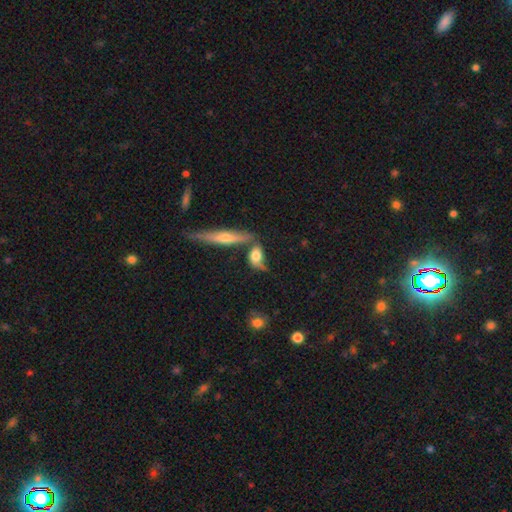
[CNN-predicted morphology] Q: Smooth or featured?
A: smooth (53%); runner-up: featured or disk (38%)
Q: How rounded?
A: in between (69%); runner-up: cigar-shaped (17%)
Q: Merging?
A: none (40%); runner-up: merger (24%)